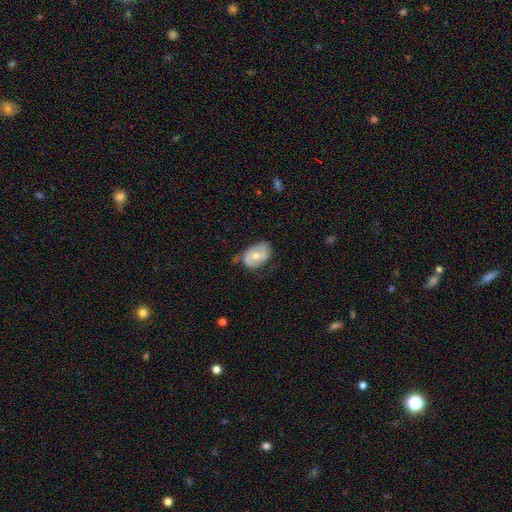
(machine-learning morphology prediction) A featured or disk galaxy (49%).

Vote fractions:
- Smooth or featured? featured or disk: 49% / smooth: 45% / star or artifact: 6%
- Merging? none: 57% / minor disturbance: 31% / major disturbance: 9% / merger: 3%